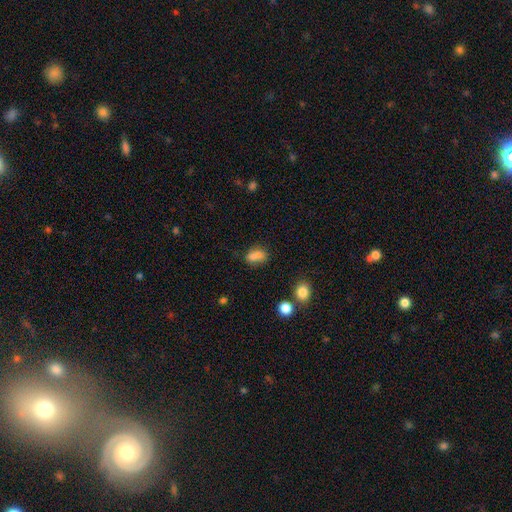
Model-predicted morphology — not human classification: Q: Smooth or featured?
A: smooth (78%); runner-up: star or artifact (12%)
Q: How rounded?
A: in between (75%); runner-up: round (21%)
Q: Merging?
A: none (47%); runner-up: merger (30%)